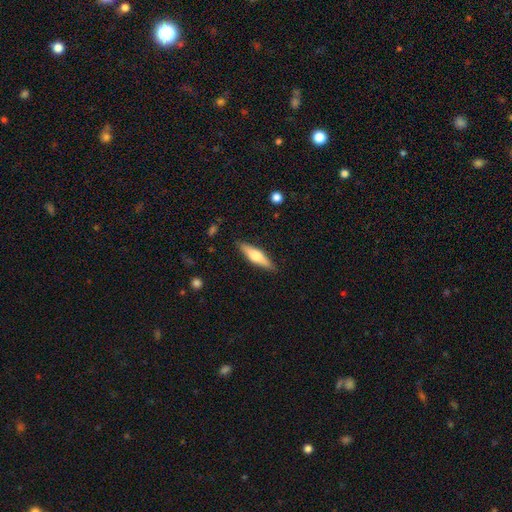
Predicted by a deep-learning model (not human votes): smooth_or_featured: smooth (p=0.47) [tied with: featured or disk p=0.47]
merging: none (p=0.88) [alt: minor disturbance p=0.09]